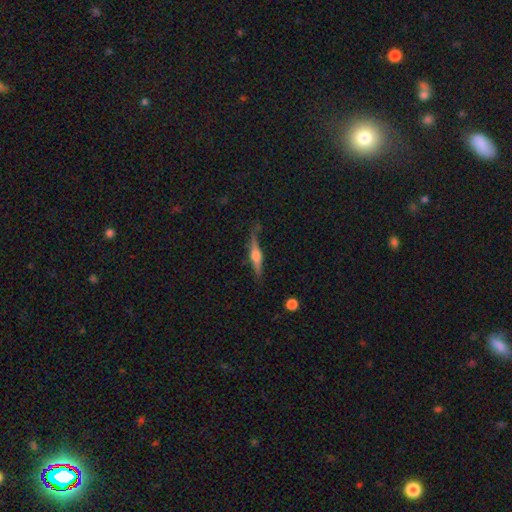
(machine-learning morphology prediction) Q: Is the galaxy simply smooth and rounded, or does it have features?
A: featured or disk — 68%.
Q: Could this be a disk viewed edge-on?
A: yes — 96%.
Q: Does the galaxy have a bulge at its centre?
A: rounded — 85%.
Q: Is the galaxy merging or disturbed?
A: none — 75%.